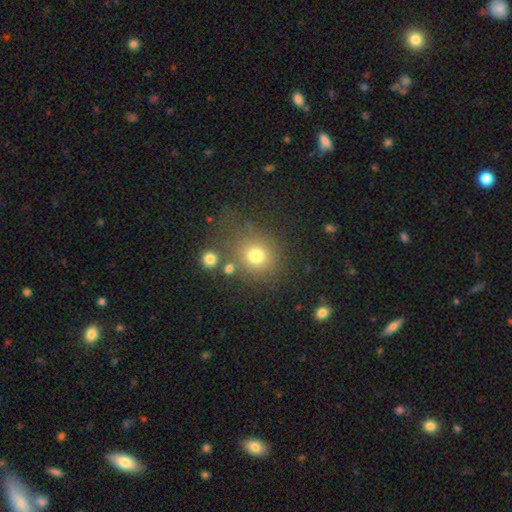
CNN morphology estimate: This is likely a smooth galaxy (73%). How rounded: clearly round (82%). Merging: likely none (67%).